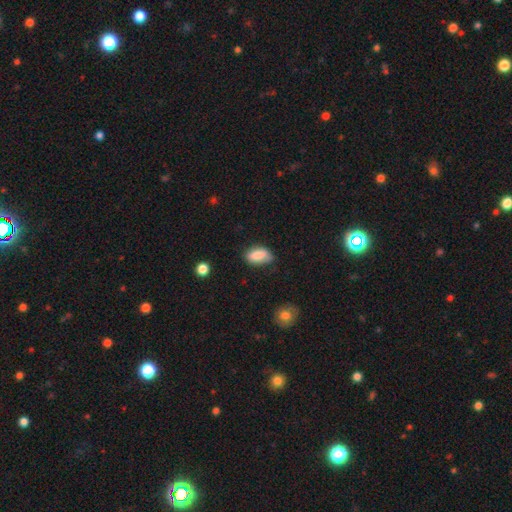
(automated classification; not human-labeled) Smooth or featured?
  - smooth: 85% *
  - featured or disk: 8%
  - star or artifact: 7%
How rounded?
  - in between: 91% *
  - round: 5%
  - cigar-shaped: 4%
Merging?
  - none: 64% *
  - minor disturbance: 28%
  - major disturbance: 6%
  - merger: 2%